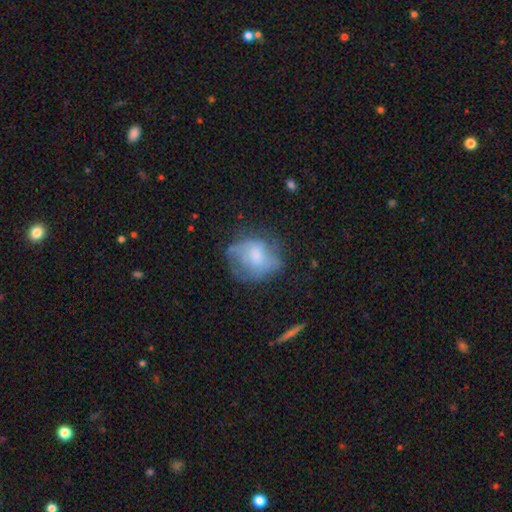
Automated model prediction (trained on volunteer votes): smooth 49%, featured or disk 42%, star or artifact 9%. Down the decision tree: merging — none (49%).